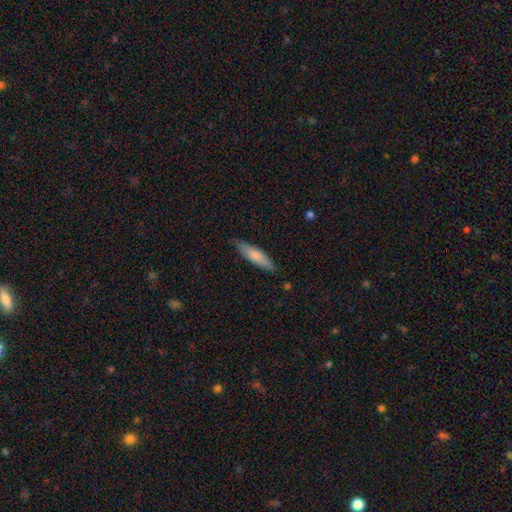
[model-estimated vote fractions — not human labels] The model was most divided on "smooth or featured": smooth: 72%, featured or disk: 22%, star or artifact: 5%. More confident: merging — none (83%); how rounded — cigar-shaped (76%).